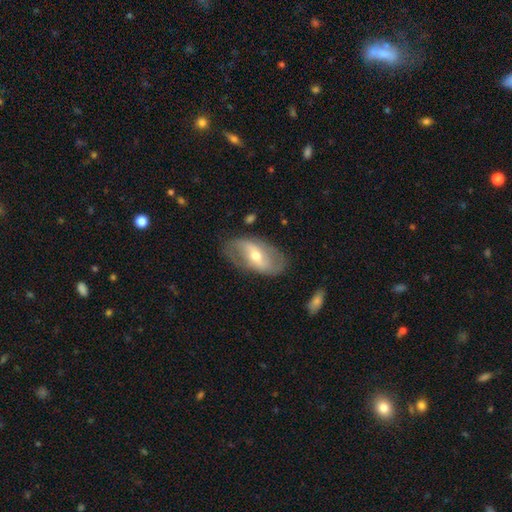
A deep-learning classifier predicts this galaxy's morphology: This appears to be a featured or disk galaxy (72%) with a weak bar (39%), spiral arms (76%) and a moderate central bulge (61%). Merging: none (75%).